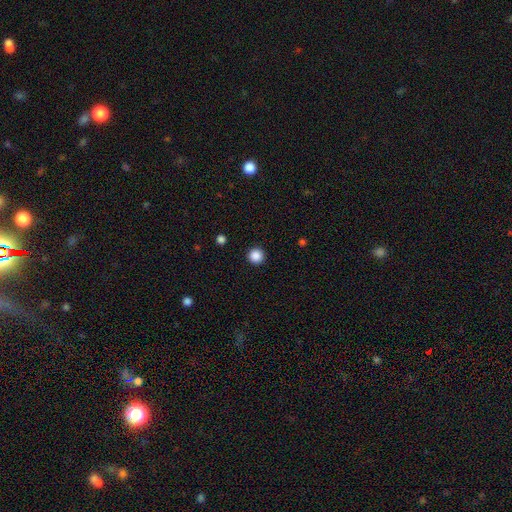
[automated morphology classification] smooth_or_featured: smooth (p=0.87) [alt: star or artifact p=0.10]
how_rounded: round (p=0.96) [alt: in between p=0.03]
merging: none (p=0.93) [alt: minor disturbance p=0.04]